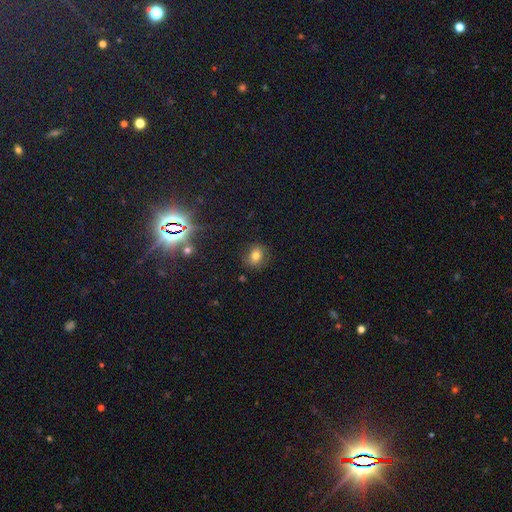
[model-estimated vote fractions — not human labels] smooth-or-featured: smooth: 71% | star or artifact: 16% | featured or disk: 12%
  how-rounded: round: 56% | in between: 43% | cigar-shaped: 1%
  merging: none: 82% | minor disturbance: 13% | major disturbance: 4% | merger: 2%